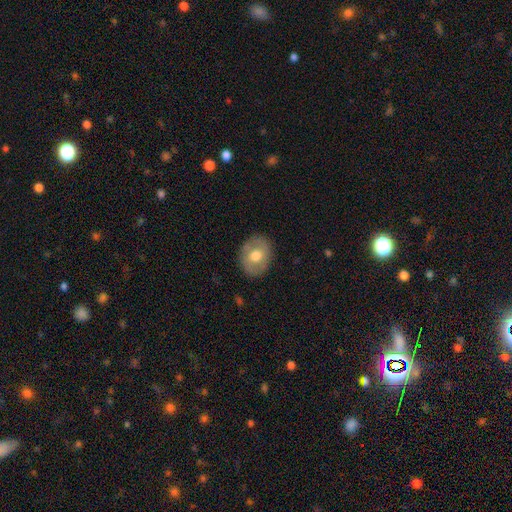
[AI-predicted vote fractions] Smooth or featured? smooth (62%)
How rounded? in between (54%)
Merging? none (84%)